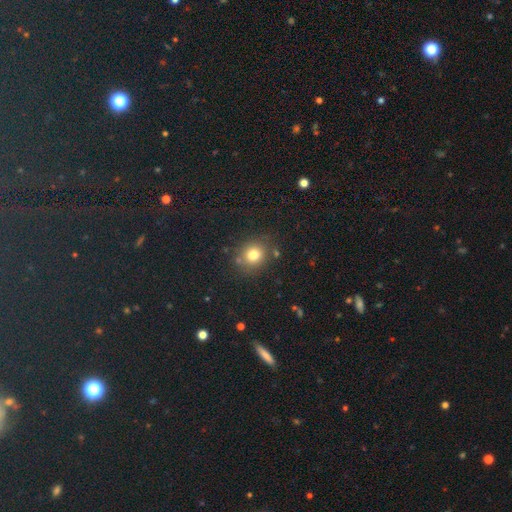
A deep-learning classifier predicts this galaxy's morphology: smooth-or-featured: smooth: 76% | star or artifact: 17% | featured or disk: 7%
  how-rounded: round: 82% | in between: 17% | cigar-shaped: 1%
  merging: none: 81% | minor disturbance: 10% | merger: 5% | major disturbance: 3%